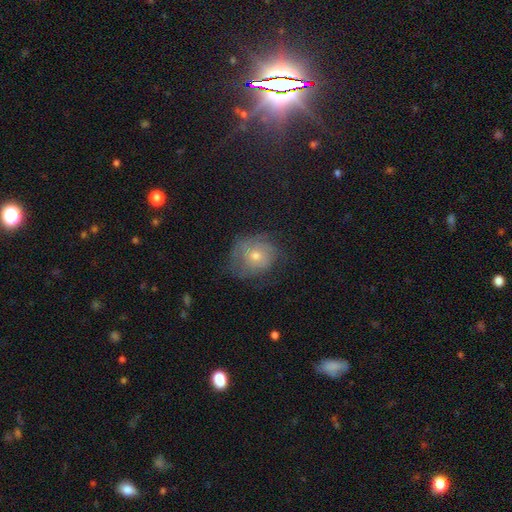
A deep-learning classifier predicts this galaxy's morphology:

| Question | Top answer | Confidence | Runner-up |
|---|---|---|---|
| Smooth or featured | featured or disk | 54% | smooth (33%) |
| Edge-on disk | no | 96% | yes (4%) |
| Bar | no | 82% | weak (15%) |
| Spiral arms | yes | 74% | no (26%) |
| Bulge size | moderate | 50% | small (45%) |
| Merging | none | 61% | minor disturbance (23%) |